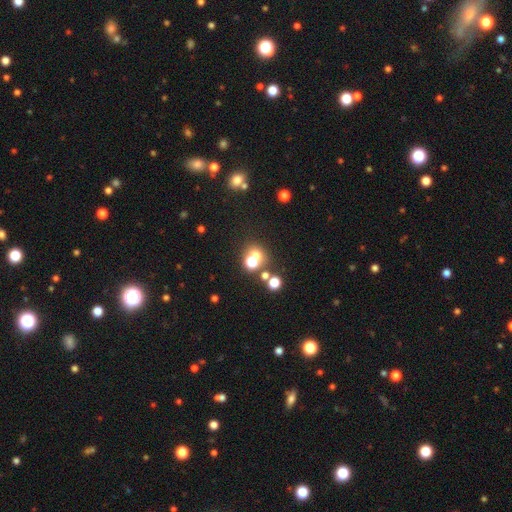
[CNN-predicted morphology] Smooth or featured?
  - smooth: 54% *
  - star or artifact: 32%
  - featured or disk: 15%
How rounded?
  - round: 78% *
  - in between: 21%
  - cigar-shaped: 1%
Merging?
  - none: 51% *
  - merger: 35%
  - minor disturbance: 8%
  - major disturbance: 5%